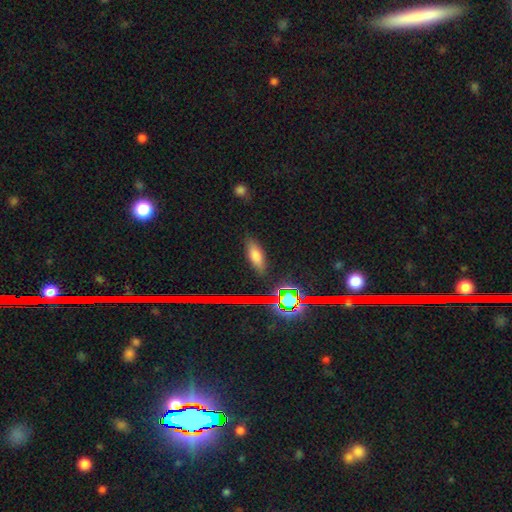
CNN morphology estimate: Smooth or featured?
  - smooth: 71% *
  - star or artifact: 16%
  - featured or disk: 13%
How rounded?
  - in between: 68% *
  - cigar-shaped: 29%
  - round: 3%
Merging?
  - none: 83% *
  - minor disturbance: 12%
  - major disturbance: 3%
  - merger: 2%